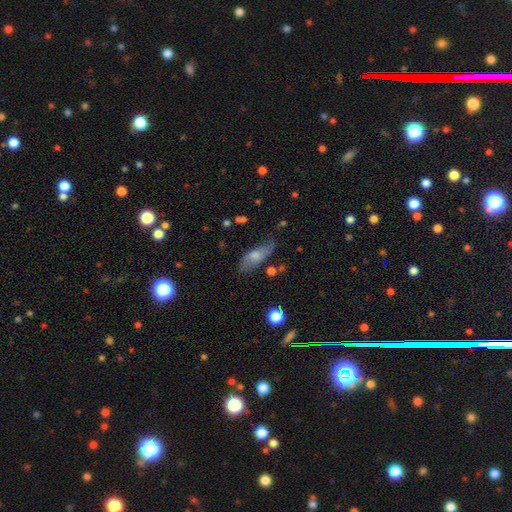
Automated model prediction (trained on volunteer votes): Smooth or featured: smooth — 61% (featured or disk — 31%)
How rounded: in between — 74% (cigar-shaped — 23%)
Merging: none — 55% (minor disturbance — 30%)